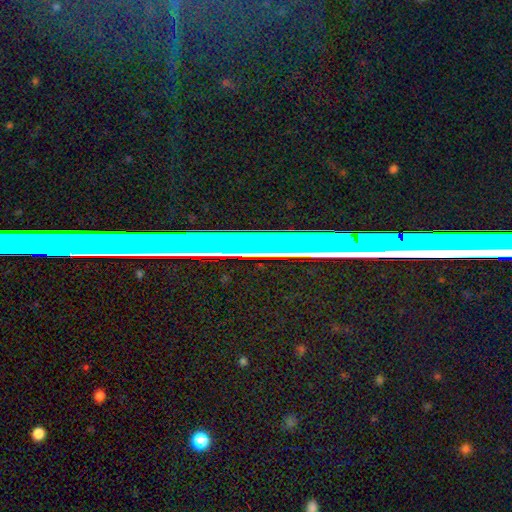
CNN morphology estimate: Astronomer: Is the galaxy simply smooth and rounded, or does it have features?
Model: star or artifact — 76%.